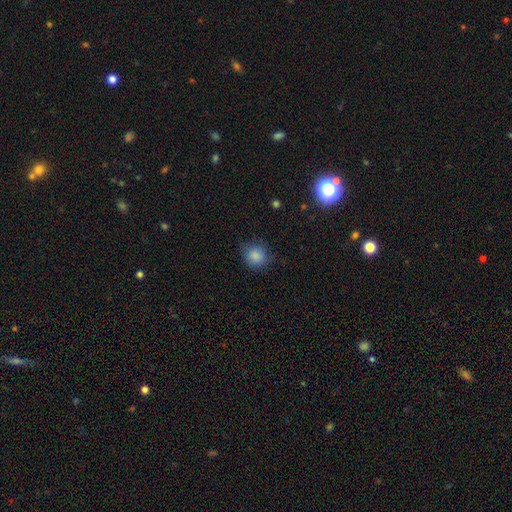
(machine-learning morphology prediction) This appears to be a smooth galaxy with no disk features (86%) that is round (85%). Merging: none (80%).